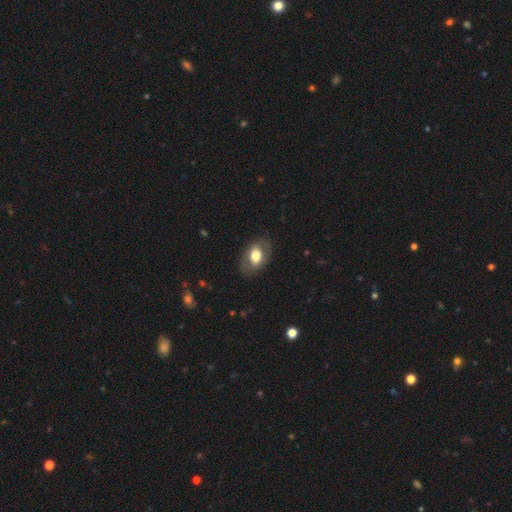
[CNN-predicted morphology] Smooth or featured? Predicted: smooth (p=0.71). How rounded? Predicted: in between (p=0.84). Merging? Predicted: none (p=0.79).